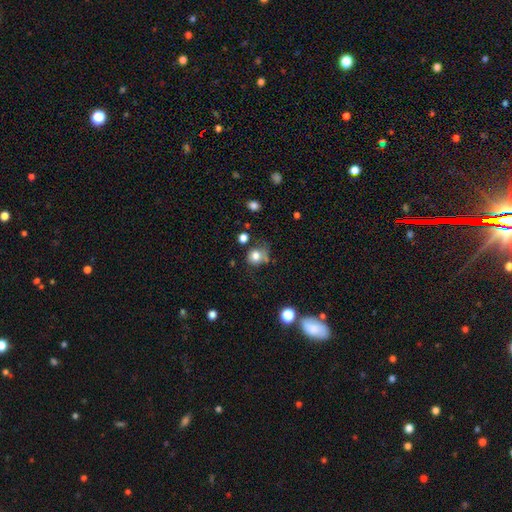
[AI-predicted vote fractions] A smooth galaxy with no disk features (79%) that is round (71%).

Vote fractions:
- Smooth or featured? smooth: 79% / star or artifact: 12% / featured or disk: 10%
- How rounded? round: 71% / in between: 28% / cigar-shaped: 1%
- Merging? none: 49% / minor disturbance: 28% / major disturbance: 13% / merger: 10%